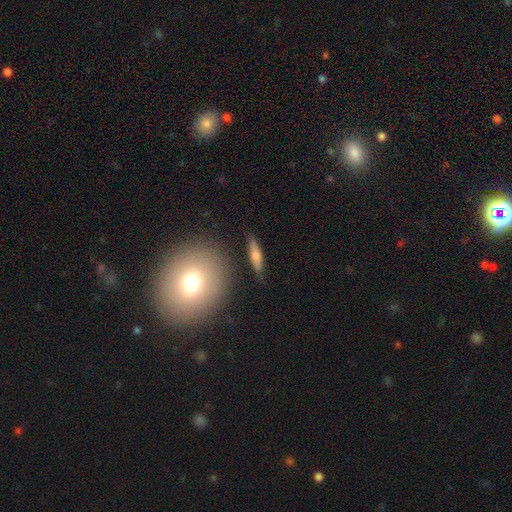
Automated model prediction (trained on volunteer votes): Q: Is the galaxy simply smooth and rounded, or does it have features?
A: smooth — 62%.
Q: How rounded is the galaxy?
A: cigar-shaped — 72%.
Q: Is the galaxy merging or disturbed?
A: none — 84%.